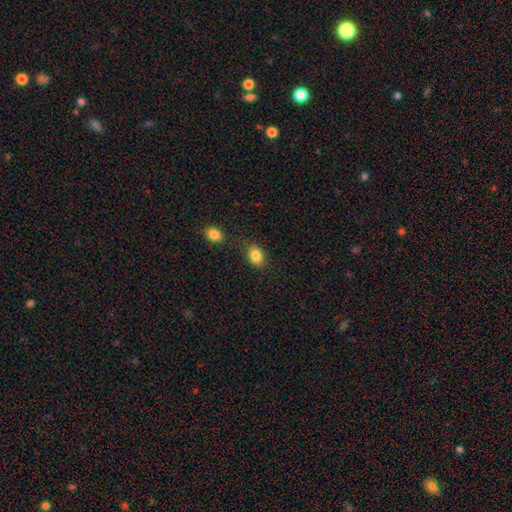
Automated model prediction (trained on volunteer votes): A smooth galaxy with no disk features (85%) that is in between round and cigar-shaped (63%). Merging: none (80%).